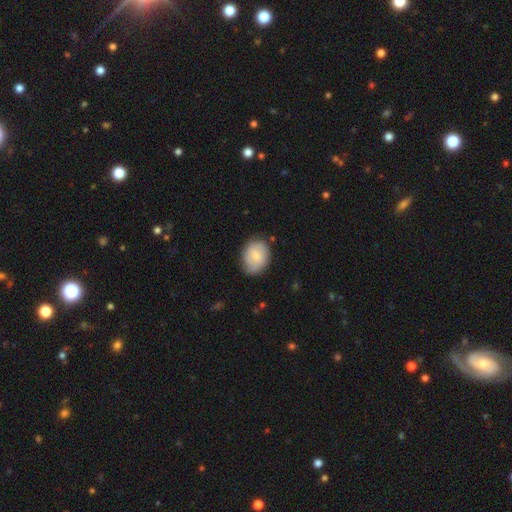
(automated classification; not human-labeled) smooth 66%, featured or disk 28%, star or artifact 7%. Down the decision tree: how rounded — round (52%); merging — none (71%).